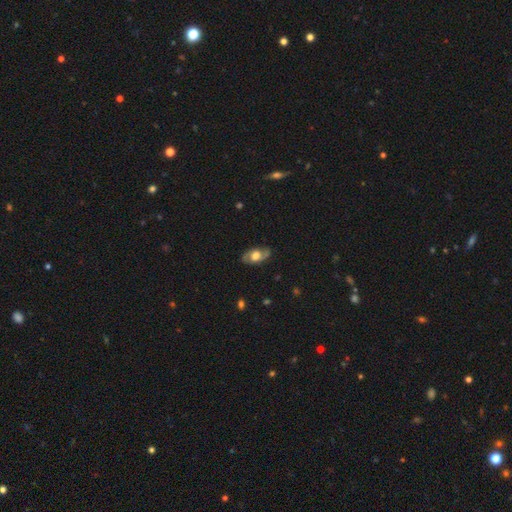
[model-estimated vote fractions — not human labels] Morphology: type=featured or disk (55%); edge-on=no (85%); merging=none (78%).